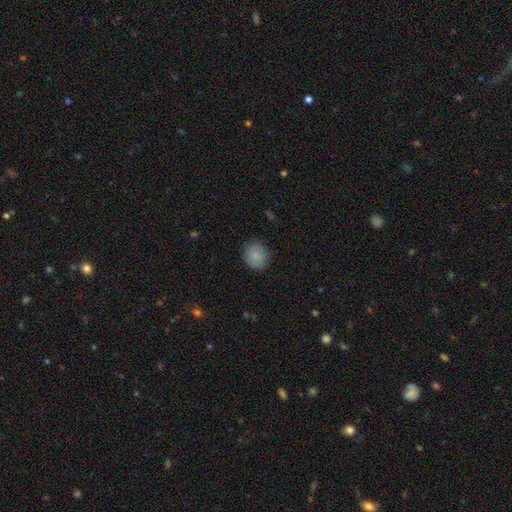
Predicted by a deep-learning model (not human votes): A smooth galaxy with no disk features (85%) that is round (82%). Merging: none (83%).